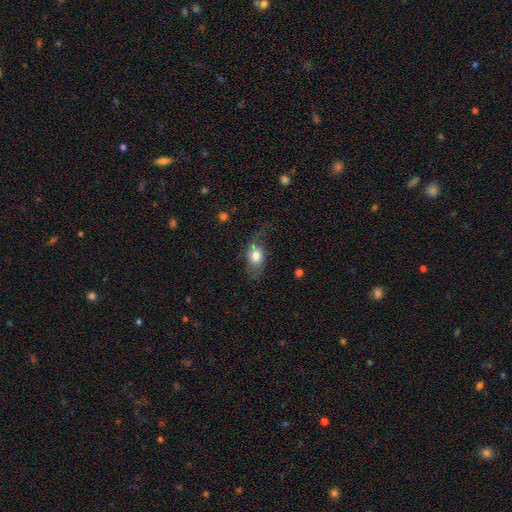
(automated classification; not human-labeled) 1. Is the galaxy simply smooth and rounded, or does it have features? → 67% smooth, 25% featured or disk, 8% star or artifact.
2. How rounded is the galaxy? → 81% in between, 16% round, 4% cigar-shaped.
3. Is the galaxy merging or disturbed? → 46% none, 29% minor disturbance, 23% major disturbance, 2% merger.